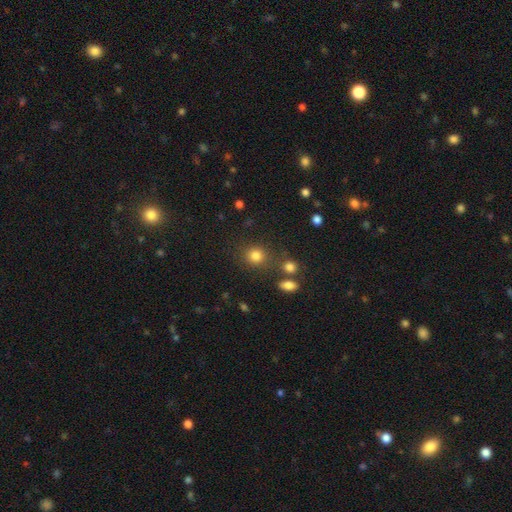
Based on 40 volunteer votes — This is clearly a smooth galaxy (85%). How rounded: likely round (74%). Merging: likely none (70%).